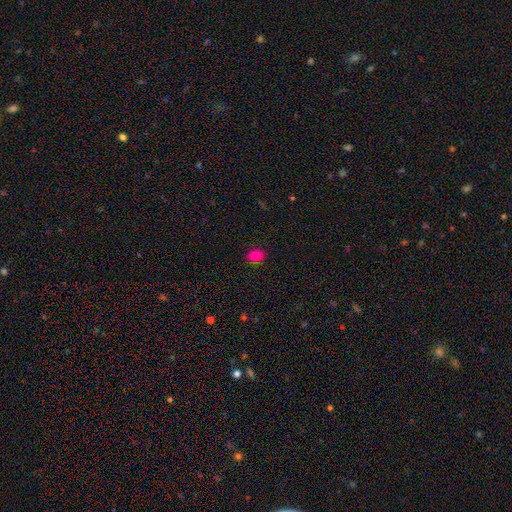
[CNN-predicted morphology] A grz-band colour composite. It shows a smooth galaxy with no disk features (81%) that is round (58%). Merging: none (90%).